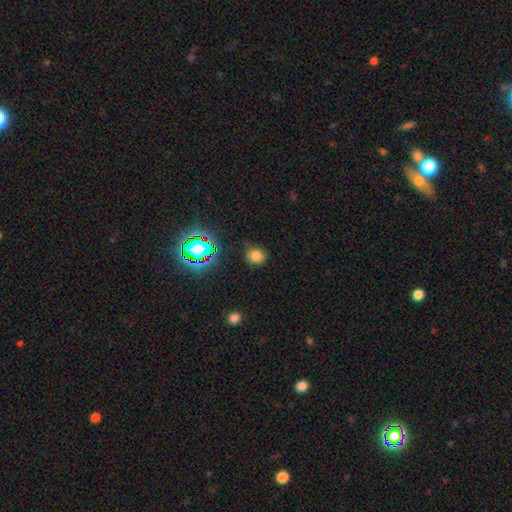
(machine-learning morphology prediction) Overall: smooth (73%). How rounded: round (66%; in between 33%). Merging: none (78%).